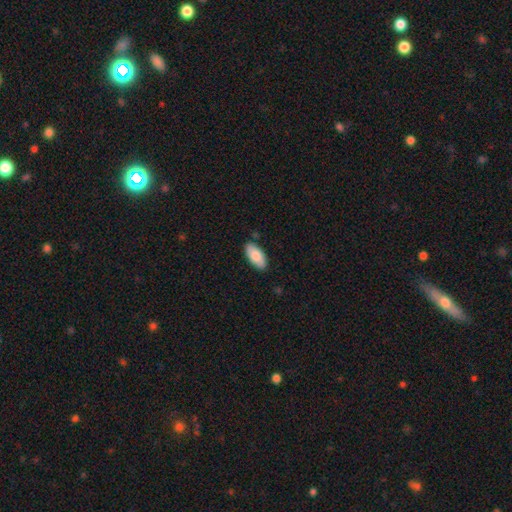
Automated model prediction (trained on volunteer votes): smooth 84%, featured or disk 10%, star or artifact 6%. Down the decision tree: how rounded — in between (93%); merging — none (85%).